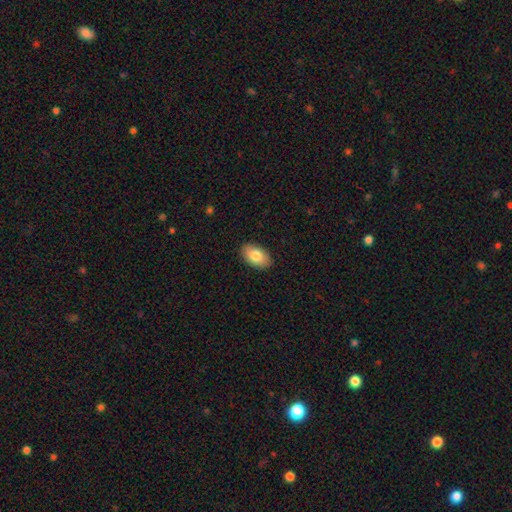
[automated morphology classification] smooth_or_featured: smooth (p=0.82) [alt: featured or disk p=0.11]
how_rounded: in between (p=0.93) [alt: round p=0.05]
merging: none (p=0.89) [alt: minor disturbance p=0.08]